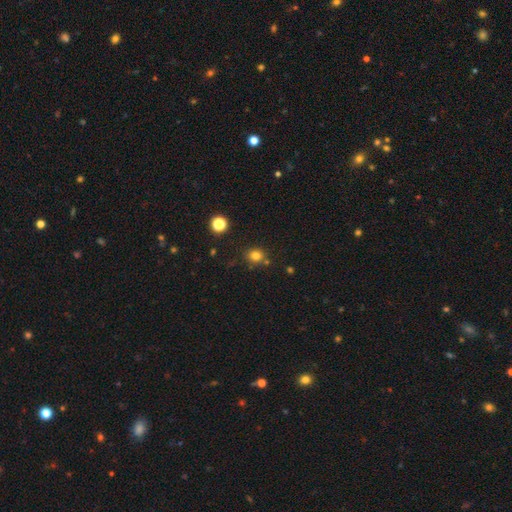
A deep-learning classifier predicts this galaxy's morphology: A smooth galaxy with no disk features (79%) that is round (80%).

Vote fractions:
- Smooth or featured? smooth: 79% / star or artifact: 15% / featured or disk: 6%
- How rounded? round: 80% / in between: 19% / cigar-shaped: 1%
- Merging? none: 79% / minor disturbance: 11% / merger: 7% / major disturbance: 3%